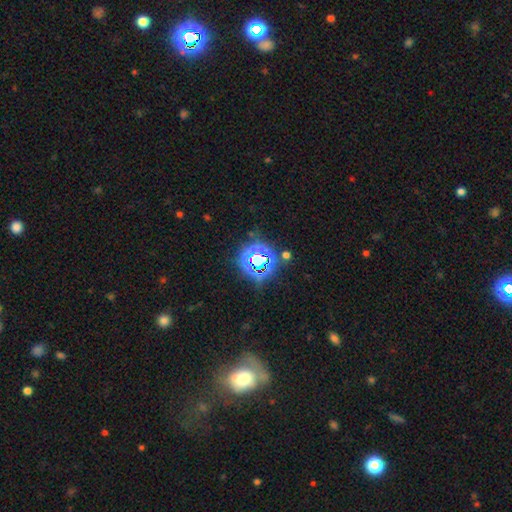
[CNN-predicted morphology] Smooth or featured: star or artifact — 75% (smooth — 16%)